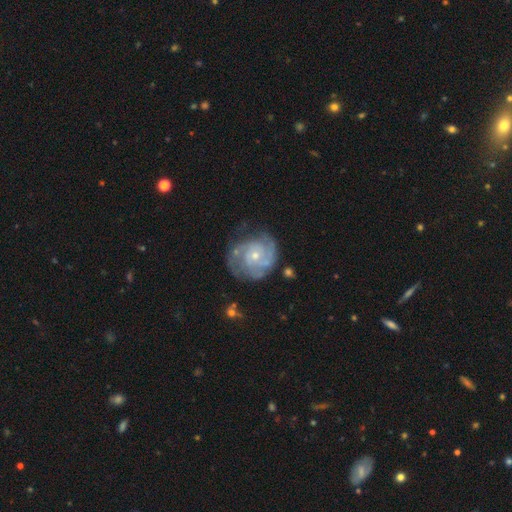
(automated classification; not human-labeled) Smooth or featured? featured or disk (82%)
Edge-on disk? no (98%)
Bar? no (75%)
Spiral arms? yes (92%)
Spiral winding? tight (55%)
Spiral arm count? 2 (31%)
Bulge size? small (64%)
Merging? none (63%)